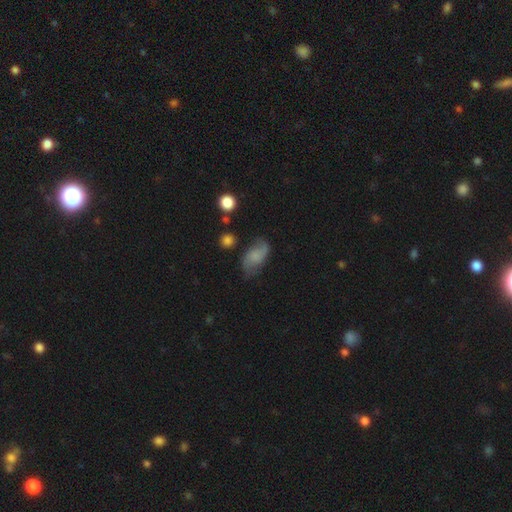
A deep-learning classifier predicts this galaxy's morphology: Q: Smooth or featured?
A: featured or disk (48%); runner-up: smooth (43%)
Q: Merging?
A: none (63%); runner-up: minor disturbance (25%)